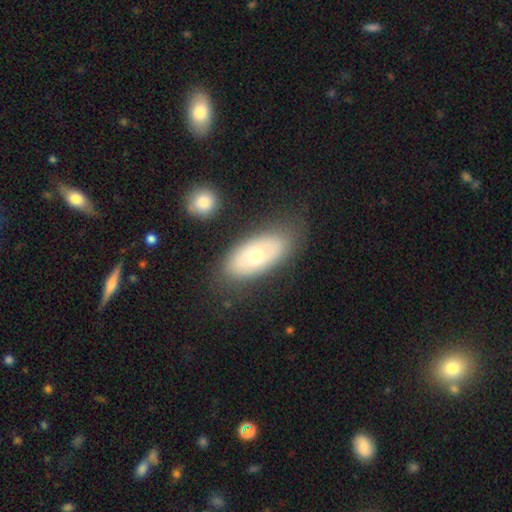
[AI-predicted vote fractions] Q: Smooth or featured?
A: smooth (52%); runner-up: featured or disk (41%)
Q: How rounded?
A: in between (89%); runner-up: cigar-shaped (6%)
Q: Merging?
A: none (75%); runner-up: minor disturbance (15%)